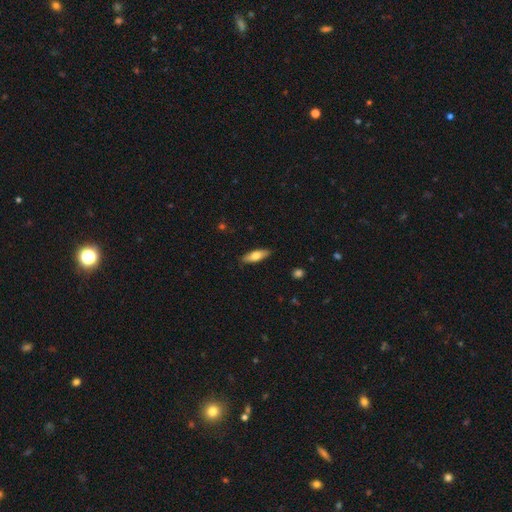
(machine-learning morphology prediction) Q: Smooth or featured?
A: smooth (70%); runner-up: featured or disk (24%)
Q: How rounded?
A: in between (55%); runner-up: cigar-shaped (43%)
Q: Merging?
A: none (87%); runner-up: minor disturbance (10%)